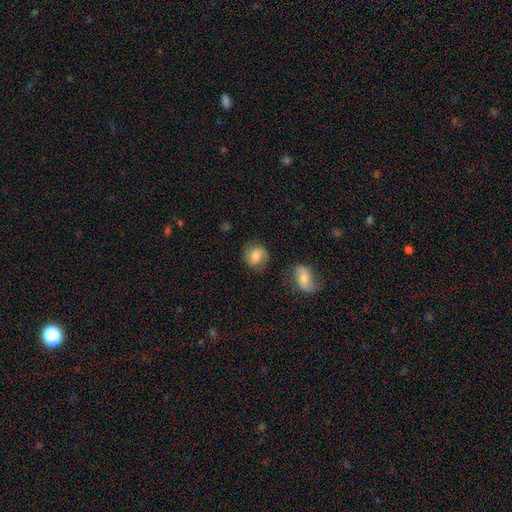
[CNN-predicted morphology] A smooth galaxy with no disk features (46%).

Vote fractions:
- Smooth or featured? smooth: 46% / featured or disk: 45% / star or artifact: 9%
- Merging? none: 71% / minor disturbance: 17% / major disturbance: 6% / merger: 6%